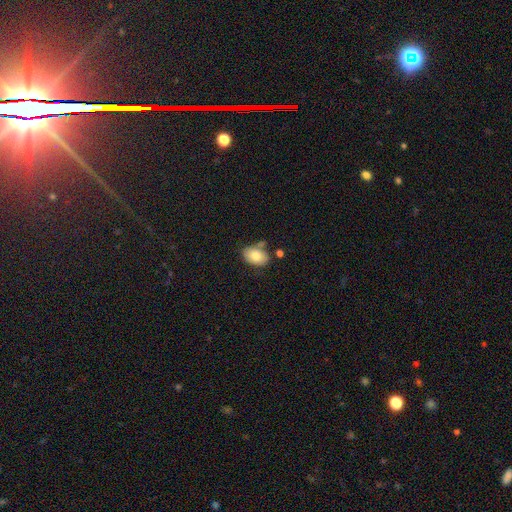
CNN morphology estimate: Smooth or featured? Predicted: smooth (p=0.79). How rounded? Predicted: in between (p=0.86). Merging? Predicted: none (p=0.64).